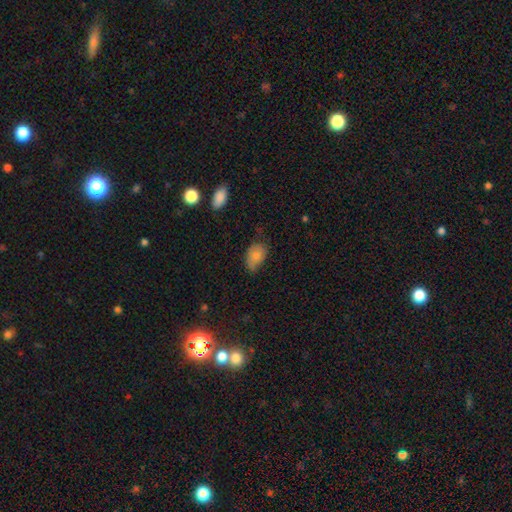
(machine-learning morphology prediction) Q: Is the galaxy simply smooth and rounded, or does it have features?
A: smooth — 80%.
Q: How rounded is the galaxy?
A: in between — 87%.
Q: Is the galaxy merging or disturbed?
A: none — 51%.